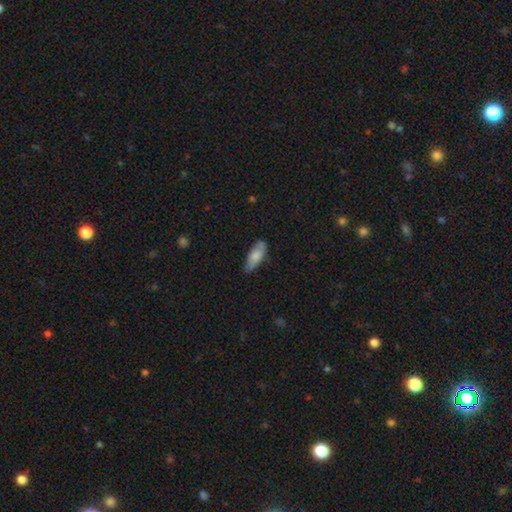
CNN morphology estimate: smooth-or-featured: smooth: 74% | featured or disk: 20% | star or artifact: 6%
  how-rounded: in between: 70% | cigar-shaped: 28% | round: 2%
  merging: none: 67% | minor disturbance: 26% | major disturbance: 5% | merger: 2%